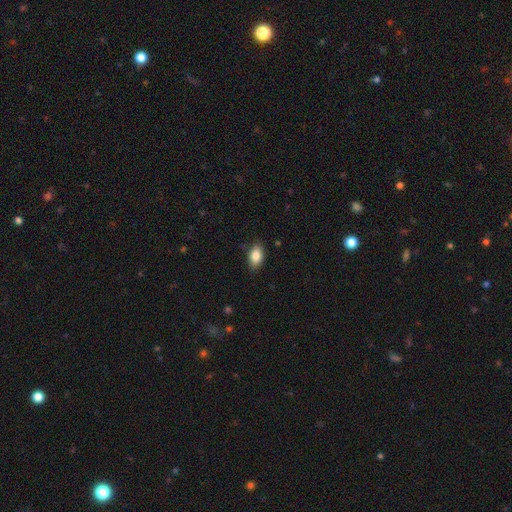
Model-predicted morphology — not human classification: This is clearly a smooth galaxy (86%). How rounded: clearly in between (92%). Merging: clearly none (86%).